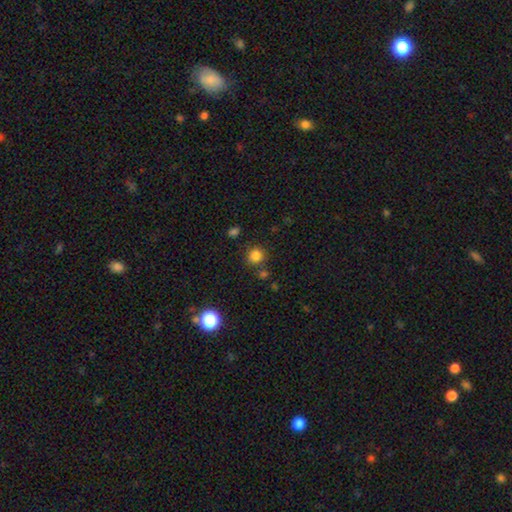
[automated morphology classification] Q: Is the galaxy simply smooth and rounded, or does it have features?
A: smooth — 82%.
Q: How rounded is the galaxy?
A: round — 91%.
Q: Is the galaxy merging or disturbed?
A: none — 81%.